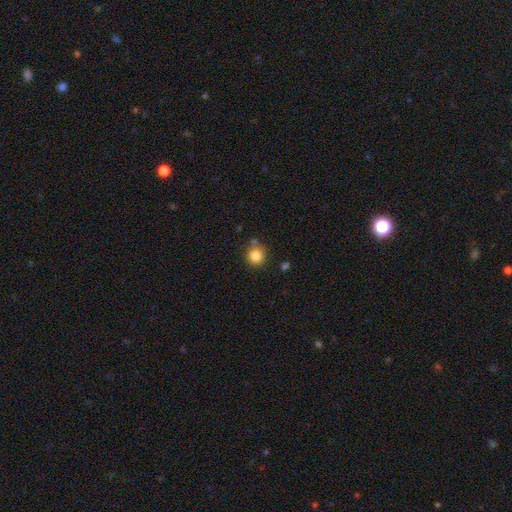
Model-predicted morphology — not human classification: A smooth galaxy with no disk features (84%) that is round (90%). Merging: none (78%).